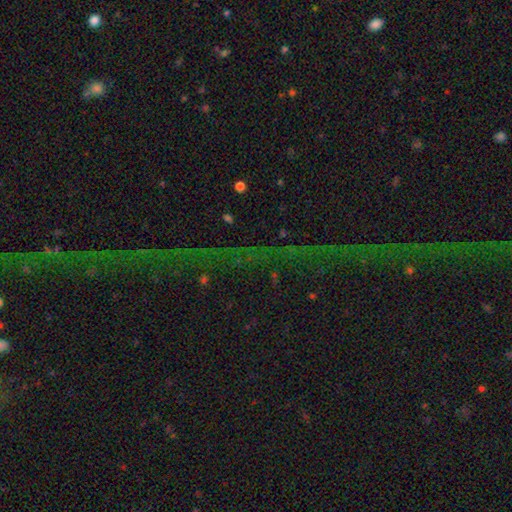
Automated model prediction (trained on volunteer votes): A star or artifact, not a galaxy (79%).